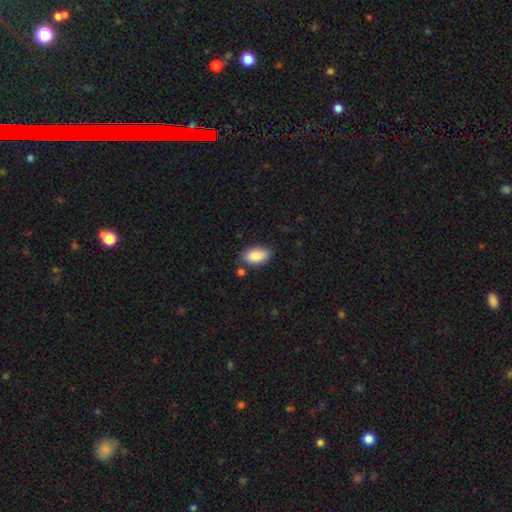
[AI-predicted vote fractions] The model was most divided on "merging": none: 76%, minor disturbance: 16%, merger: 4%, major disturbance: 3%. More confident: how rounded — in between (92%); smooth or featured — smooth (87%).